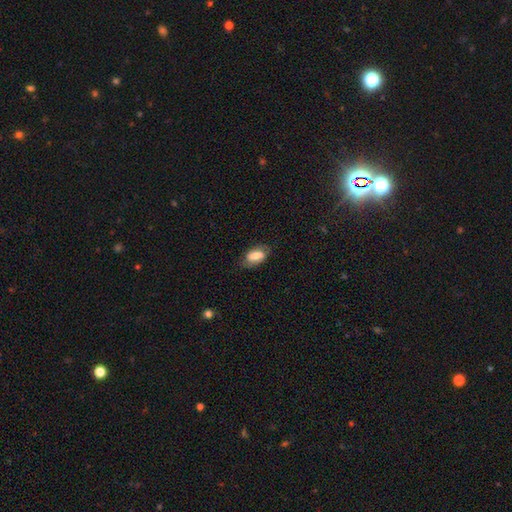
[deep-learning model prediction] Smooth or featured? smooth (64%)
How rounded? in between (90%)
Merging? none (73%)